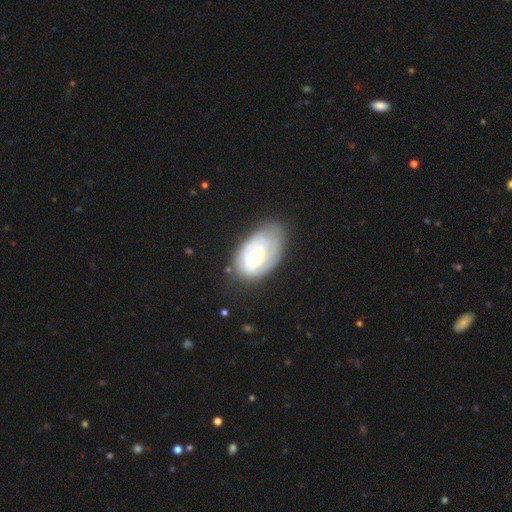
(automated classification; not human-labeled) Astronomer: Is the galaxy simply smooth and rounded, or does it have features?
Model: featured or disk — 59% (runner-up: smooth, 35%).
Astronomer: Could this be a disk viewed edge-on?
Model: no — 95%.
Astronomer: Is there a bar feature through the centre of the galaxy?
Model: no — 73%.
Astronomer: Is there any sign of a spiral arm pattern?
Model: yes — 57% (runner-up: no, 43%).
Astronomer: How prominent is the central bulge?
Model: moderate — 64%.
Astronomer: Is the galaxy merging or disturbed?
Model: none — 52% (runner-up: minor disturbance, 31%).